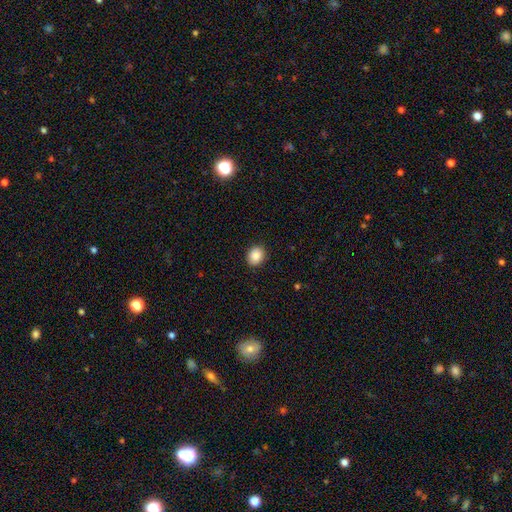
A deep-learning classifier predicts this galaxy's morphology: smooth-or-featured: smooth: 87% | star or artifact: 8% | featured or disk: 4%
  how-rounded: round: 56% | in between: 43% | cigar-shaped: 1%
  merging: none: 90% | minor disturbance: 7% | major disturbance: 2% | merger: 1%